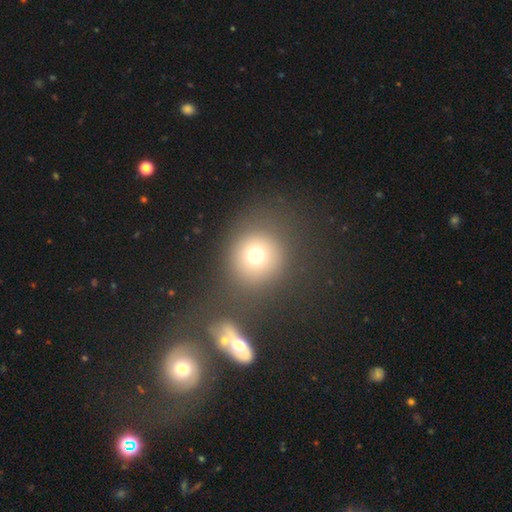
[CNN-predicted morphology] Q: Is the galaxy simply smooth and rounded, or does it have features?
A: smooth — 72%.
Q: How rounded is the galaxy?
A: round — 89%.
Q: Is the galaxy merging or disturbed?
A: none — 69%.